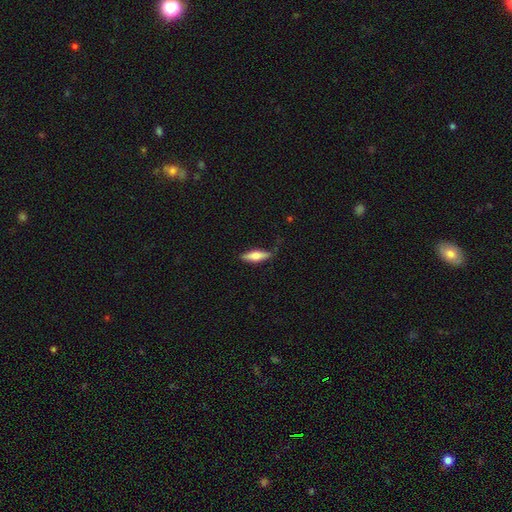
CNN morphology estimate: Smooth or featured? smooth (60%)
How rounded? cigar-shaped (56%)
Merging? none (74%)